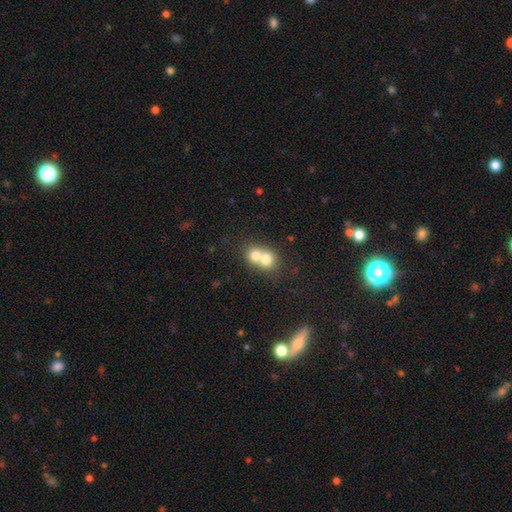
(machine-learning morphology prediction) type=smooth (71%); roundness=round (71%); merging=merger (73%).